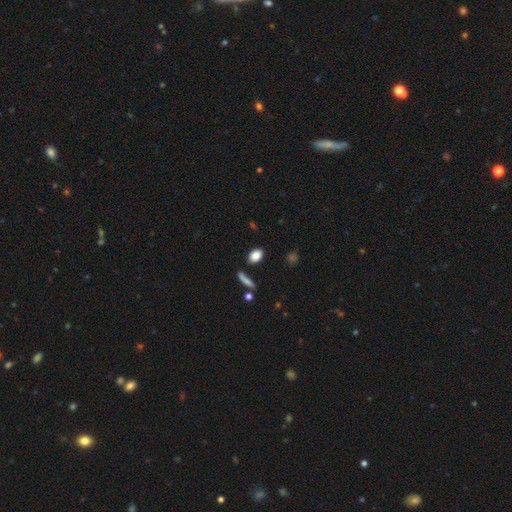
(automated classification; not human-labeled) This appears to be a smooth galaxy with no disk features (86%) that is in between round and cigar-shaped (83%). Merging: none (81%).